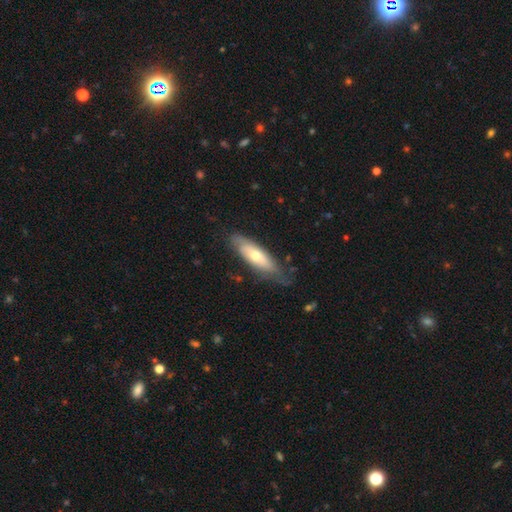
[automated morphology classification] Overall: smooth (48%; featured or disk 46%). Merging: none (66%).